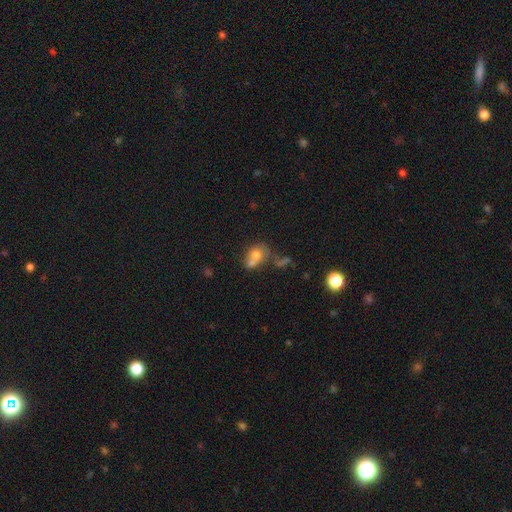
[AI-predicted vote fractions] A smooth galaxy with no disk features (67%) that is in between round and cigar-shaped (52%). Merging: merger (57%).